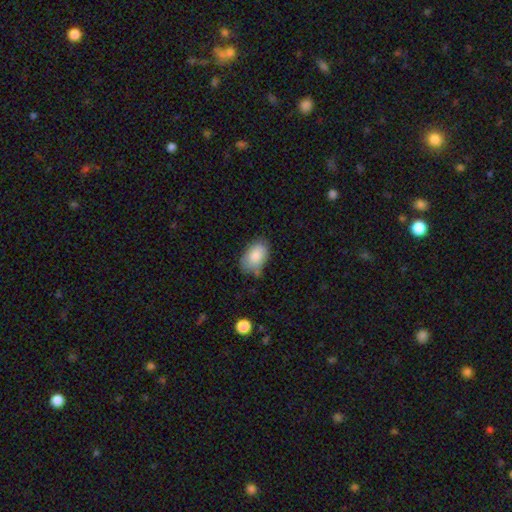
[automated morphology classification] A smooth galaxy with no disk features (85%) that is in between round and cigar-shaped (92%).

Vote fractions:
- Smooth or featured? smooth: 85% / featured or disk: 9% / star or artifact: 7%
- How rounded? in between: 92% / round: 7% / cigar-shaped: 1%
- Merging? none: 61% / minor disturbance: 29% / major disturbance: 6% / merger: 4%